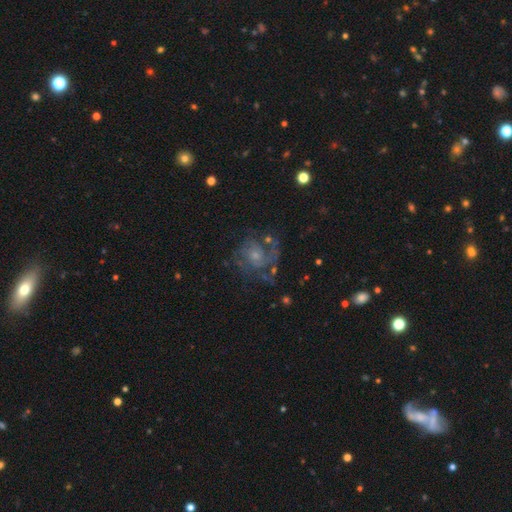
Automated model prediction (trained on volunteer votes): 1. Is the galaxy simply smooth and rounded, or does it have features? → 77% featured or disk, 13% smooth, 9% star or artifact.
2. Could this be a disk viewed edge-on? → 98% no, 2% yes.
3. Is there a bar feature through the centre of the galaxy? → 73% no, 23% weak, 3% strong.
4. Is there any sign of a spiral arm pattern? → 88% yes, 12% no.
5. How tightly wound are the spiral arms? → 43% medium, 38% tight, 19% loose.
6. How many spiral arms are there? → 35% 2, 28% can't tell, 16% 3, 12% 1, 5% 4, 5% more than 4.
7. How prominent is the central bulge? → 56% small, 34% moderate, 6% none, 3% large, 1% dominant.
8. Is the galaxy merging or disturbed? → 56% none, 21% major disturbance, 18% minor disturbance, 5% merger.